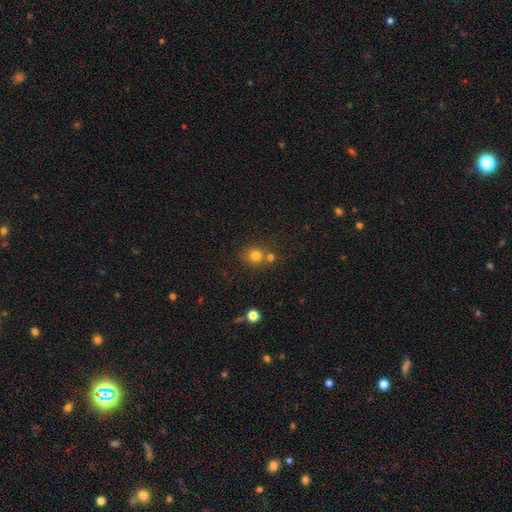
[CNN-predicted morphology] A smooth galaxy with no disk features (77%) that is round (83%).

Vote fractions:
- Smooth or featured? smooth: 77% / star or artifact: 15% / featured or disk: 8%
- How rounded? round: 83% / in between: 16% / cigar-shaped: 1%
- Merging? none: 61% / merger: 28% / minor disturbance: 8% / major disturbance: 3%